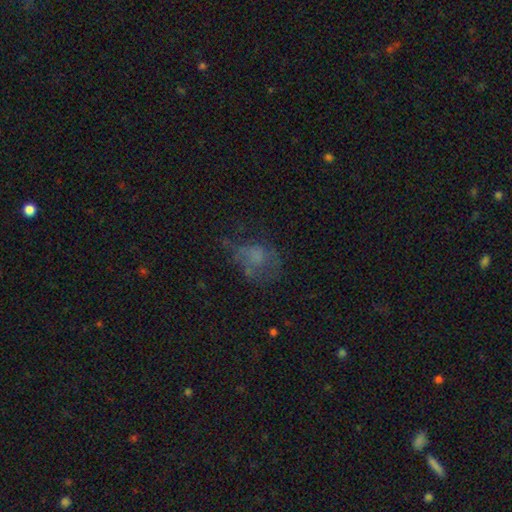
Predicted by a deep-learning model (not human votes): Q: Smooth or featured?
A: smooth (48%); runner-up: featured or disk (32%)
Q: Merging?
A: none (41%); runner-up: major disturbance (32%)